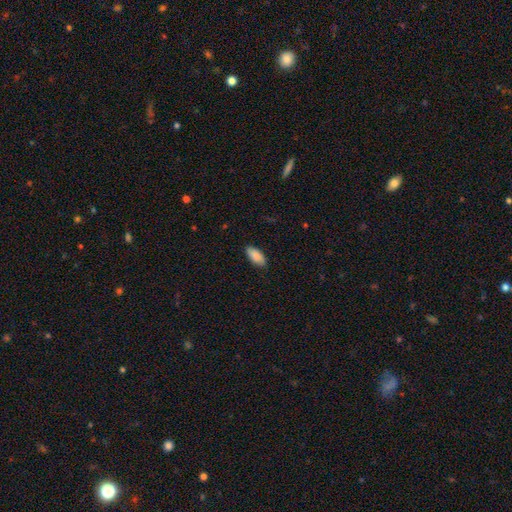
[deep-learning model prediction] Morphology: type=smooth (90%); roundness=in between (91%); merging=none (87%).